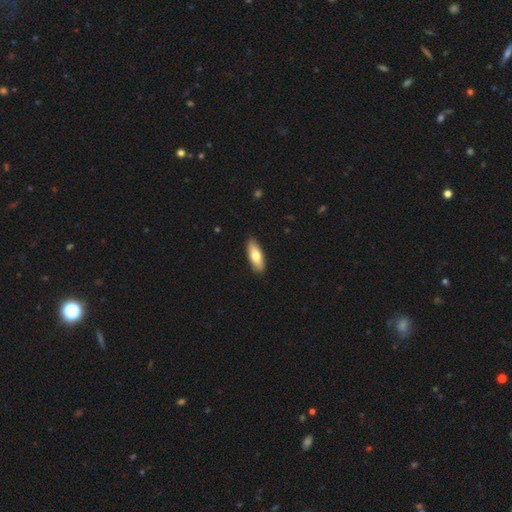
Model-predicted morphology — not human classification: A smooth galaxy with no disk features (72%) that is in between round and cigar-shaped (64%). Merging: none (89%).